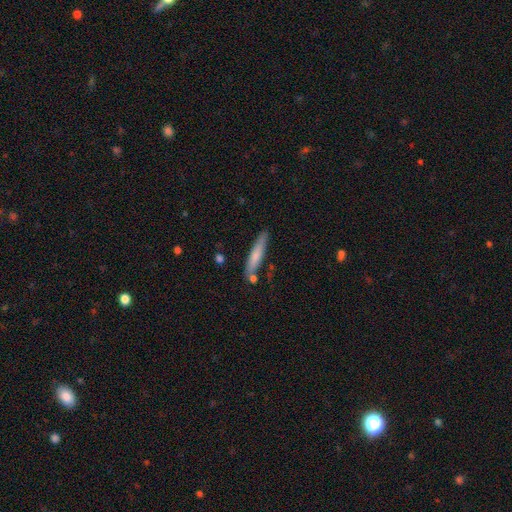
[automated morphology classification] Smooth or featured? Predicted: smooth (p=0.70). How rounded? Predicted: cigar-shaped (p=0.90). Merging? Predicted: none (p=0.78).